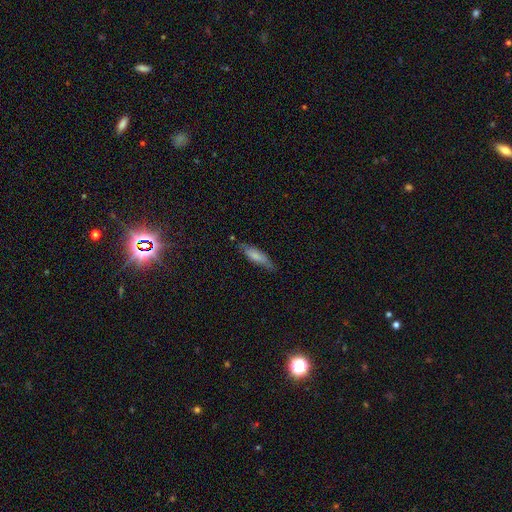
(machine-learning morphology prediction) This is likely a smooth galaxy (71%). How rounded: possibly cigar-shaped (59%). Merging: likely none (69%).